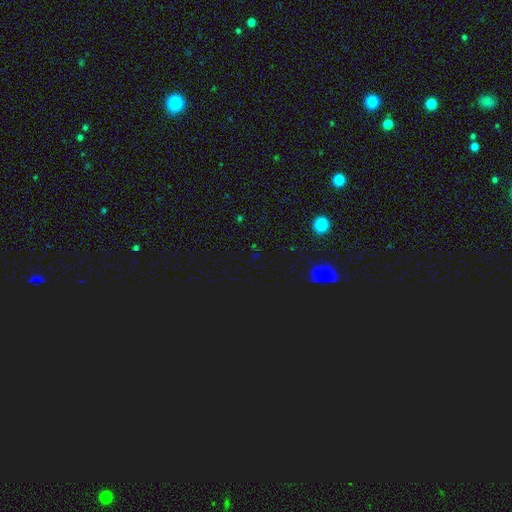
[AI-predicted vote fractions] Smooth or featured? star or artifact (71%)